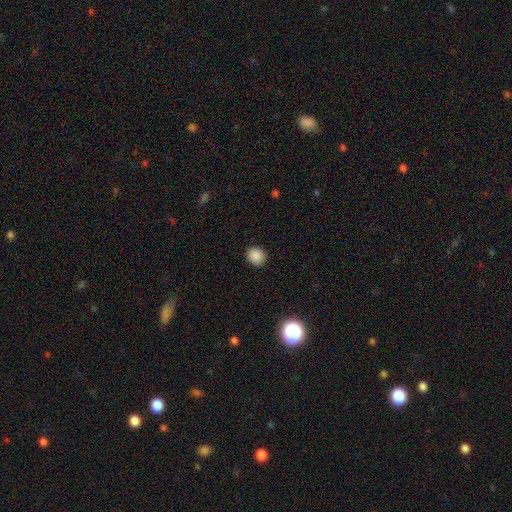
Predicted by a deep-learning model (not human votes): This appears to be a smooth galaxy with no disk features (87%) that is round (78%). Merging: none (91%).